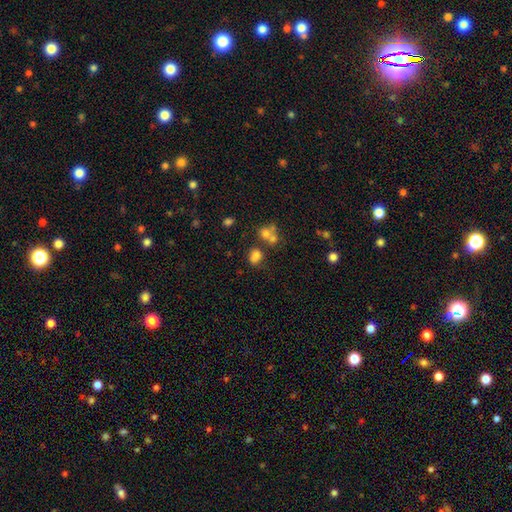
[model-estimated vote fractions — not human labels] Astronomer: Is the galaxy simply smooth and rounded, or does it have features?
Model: smooth — 71%.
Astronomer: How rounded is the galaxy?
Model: in between — 58% (runner-up: round, 40%).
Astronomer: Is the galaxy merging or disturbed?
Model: none — 44% (runner-up: merger, 33%).